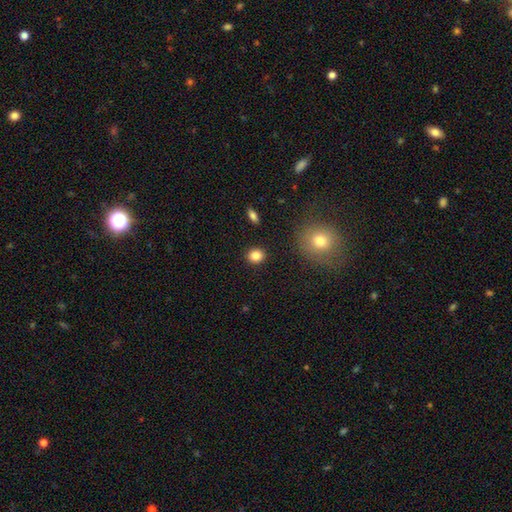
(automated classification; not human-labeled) This appears to be a smooth galaxy with no disk features (85%) that is round (78%). Merging: none (90%).